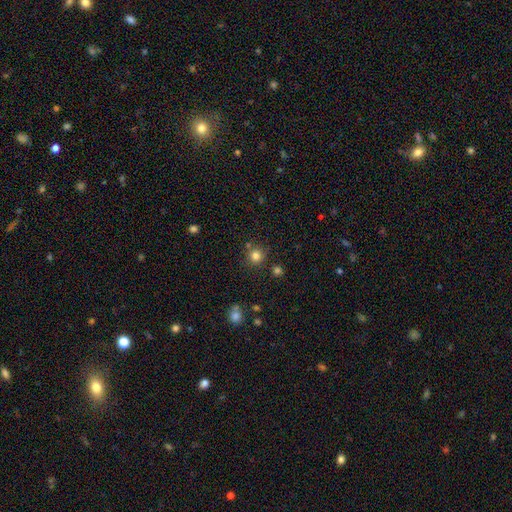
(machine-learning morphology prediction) type=smooth (81%); roundness=round (92%); merging=none (81%).